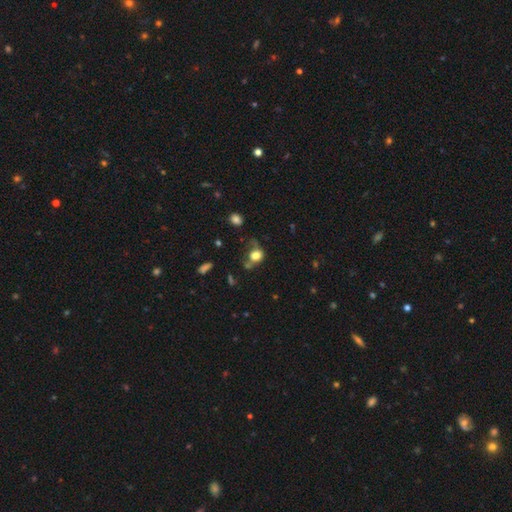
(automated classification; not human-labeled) This appears to be a smooth galaxy with no disk features (74%) that is round (61%). Merging: none (37%).